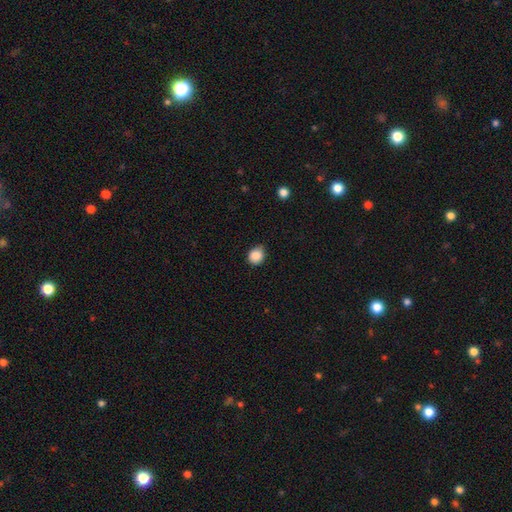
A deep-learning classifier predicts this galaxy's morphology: smooth_or_featured: smooth (p=0.87) [alt: star or artifact p=0.09]
how_rounded: round (p=0.66) [alt: in between p=0.33]
merging: none (p=0.75) [alt: minor disturbance p=0.21]